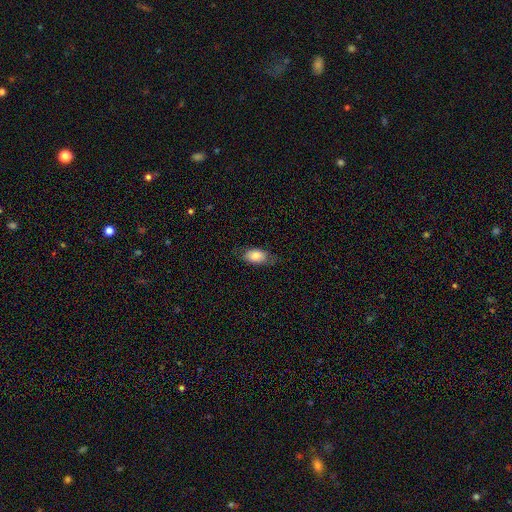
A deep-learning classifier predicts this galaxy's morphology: smooth 81%, featured or disk 12%, star or artifact 7%. Down the decision tree: how rounded — in between (89%); merging — none (69%).